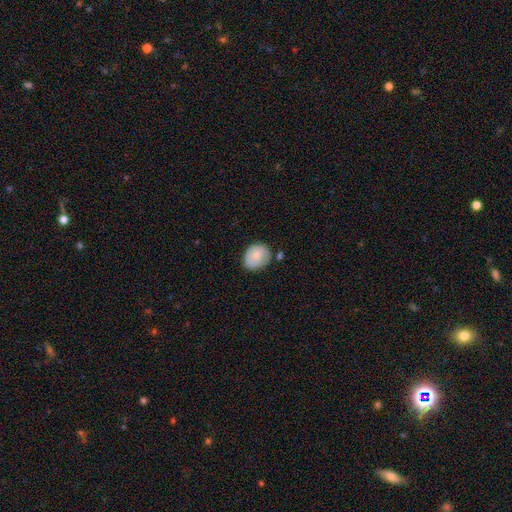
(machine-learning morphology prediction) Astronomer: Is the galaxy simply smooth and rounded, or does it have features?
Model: smooth — 78%.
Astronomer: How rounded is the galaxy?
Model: round — 56% (runner-up: in between, 43%).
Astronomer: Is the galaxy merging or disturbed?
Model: none — 68%.